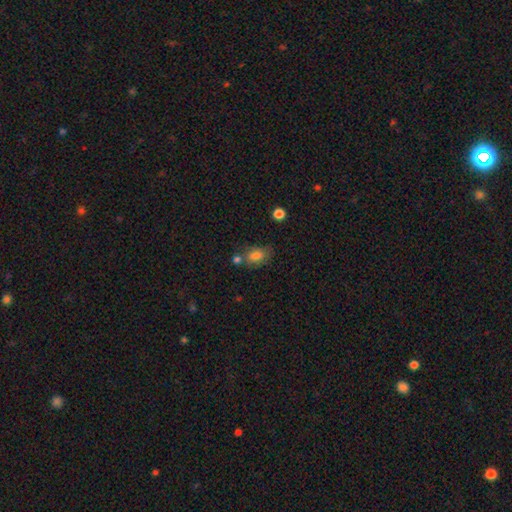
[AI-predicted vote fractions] Morphology: type=smooth (80%); roundness=in between (80%); merging=none (58%).